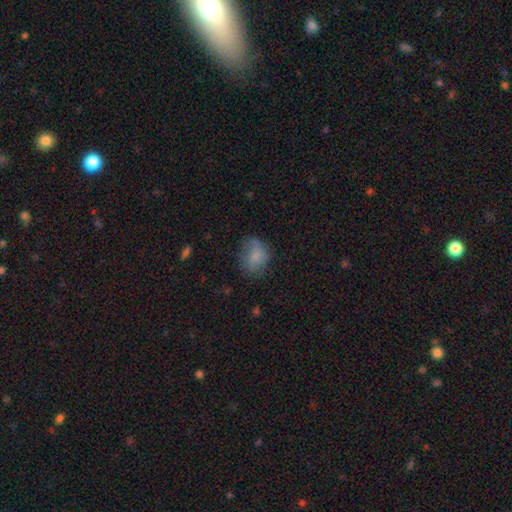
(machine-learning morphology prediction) This appears to be a smooth galaxy with no disk features (72%) that is in between round and cigar-shaped (58%). Merging: none (55%).